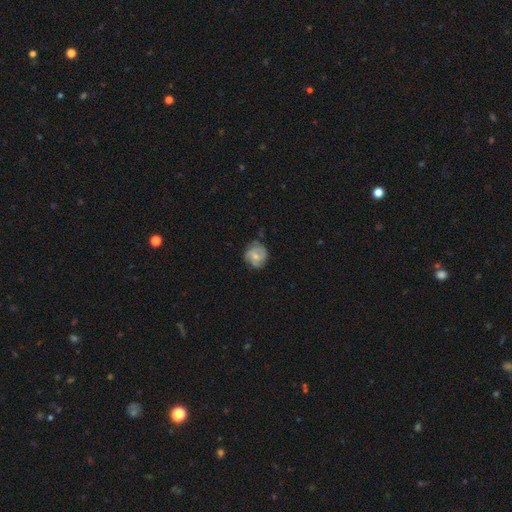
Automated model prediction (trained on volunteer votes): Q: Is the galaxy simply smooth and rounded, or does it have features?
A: featured or disk — 54%.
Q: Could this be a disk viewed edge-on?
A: no — 98%.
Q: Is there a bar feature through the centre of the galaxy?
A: no — 71%.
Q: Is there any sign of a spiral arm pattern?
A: yes — 83%.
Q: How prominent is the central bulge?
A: moderate — 47%, tied with small.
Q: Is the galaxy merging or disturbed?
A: none — 64%.